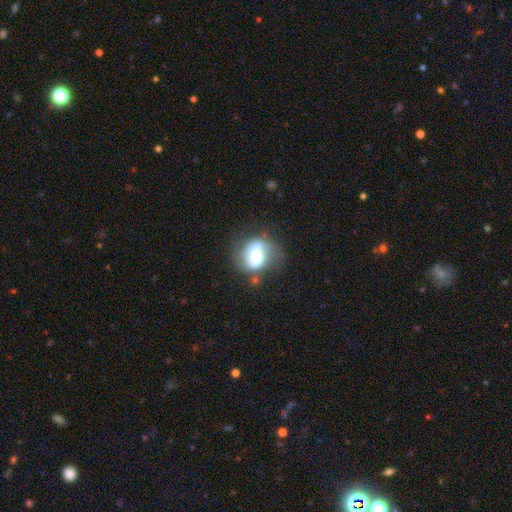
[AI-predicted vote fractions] This is likely a featured or disk galaxy (60%). It is clearly not viewed edge-on (95%). Bar: possibly strong (55%). Spiral arm pattern: likely yes (71%). Central bulge: marginally moderate (31%). Merging: possibly none (57%).